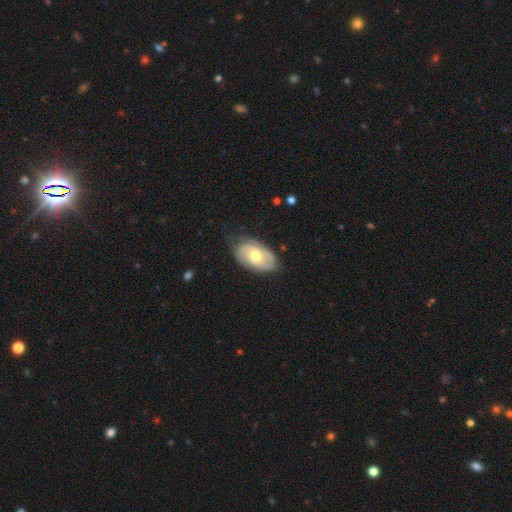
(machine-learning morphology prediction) This appears to be a featured or disk galaxy (52%). Merging: none (68%).